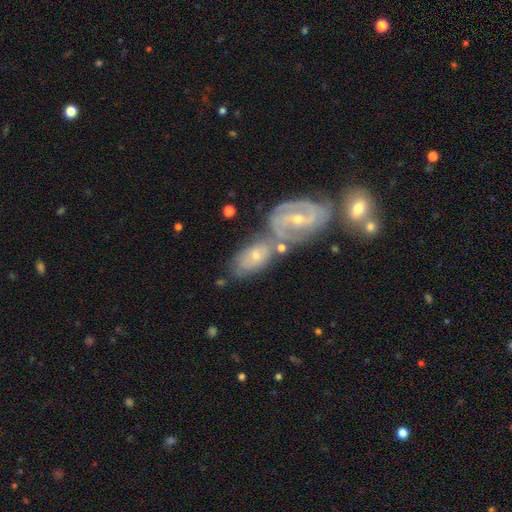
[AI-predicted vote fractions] Q: Smooth or featured?
A: featured or disk (64%); runner-up: smooth (29%)
Q: Edge-on disk?
A: no (94%); runner-up: yes (6%)
Q: Bar?
A: no (52%); runner-up: weak (35%)
Q: Spiral arms?
A: yes (86%); runner-up: no (14%)
Q: Spiral winding?
A: tight (46%); runner-up: medium (43%)
Q: Spiral arm count?
A: 2 (50%); runner-up: can't tell (24%)
Q: Bulge size?
A: small (59%); runner-up: moderate (38%)
Q: Merging?
A: merger (44%); runner-up: none (35%)